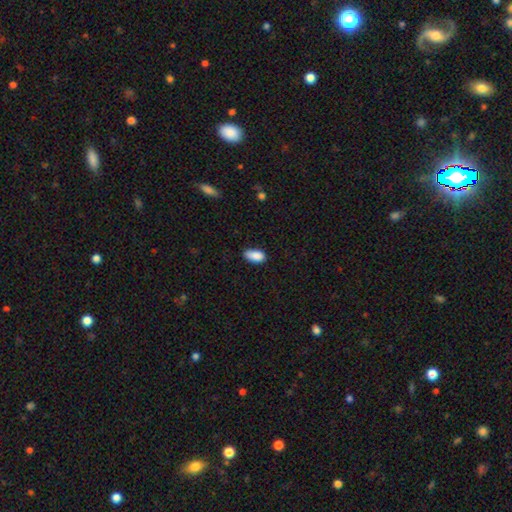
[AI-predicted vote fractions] A smooth galaxy with no disk features (88%) that is in between round and cigar-shaped (92%). Merging: none (70%).